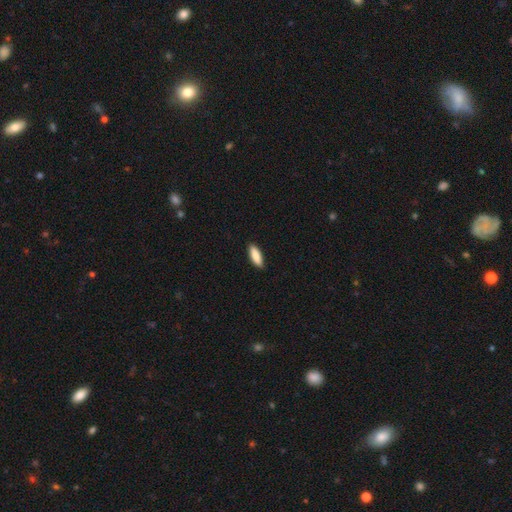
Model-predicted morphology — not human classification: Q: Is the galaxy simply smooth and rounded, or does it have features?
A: smooth — 87%.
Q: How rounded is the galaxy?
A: in between — 61%.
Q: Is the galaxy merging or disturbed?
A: none — 89%.